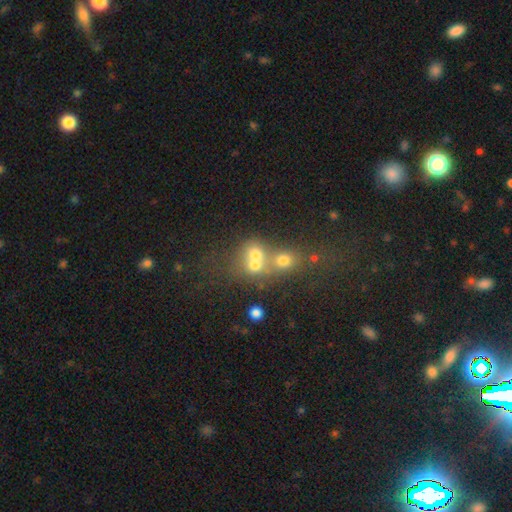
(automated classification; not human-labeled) A smooth galaxy with no disk features (61%) that is round (74%).

Vote fractions:
- Smooth or featured? smooth: 61% / featured or disk: 21% / star or artifact: 18%
- How rounded? round: 74% / in between: 25% / cigar-shaped: 1%
- Merging? merger: 58% / none: 30% / minor disturbance: 7% / major disturbance: 6%